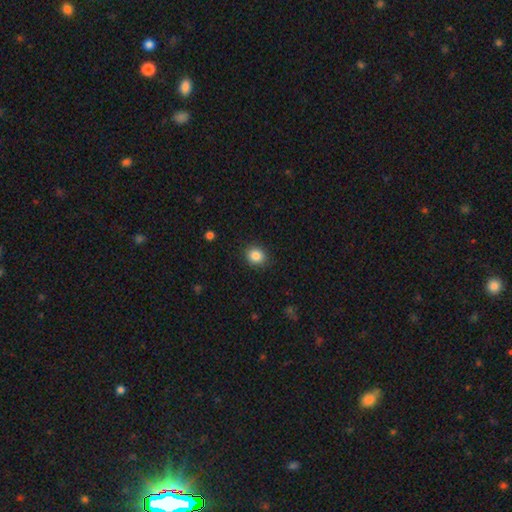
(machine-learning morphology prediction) Smooth or featured? Predicted: smooth (p=0.86). How rounded? Predicted: round (p=0.73). Merging? Predicted: none (p=0.89).